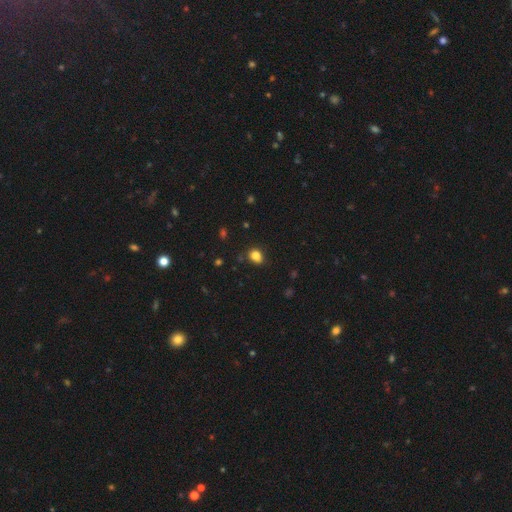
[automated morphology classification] smooth-or-featured: smooth: 84% | star or artifact: 11% | featured or disk: 4%
  how-rounded: in between: 59% | round: 39% | cigar-shaped: 1%
  merging: none: 79% | minor disturbance: 15% | major disturbance: 3% | merger: 2%